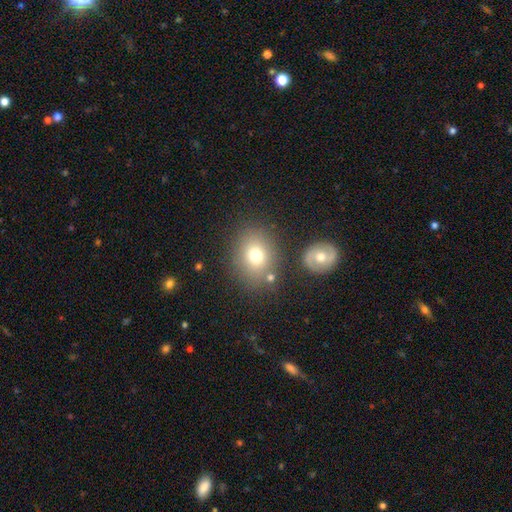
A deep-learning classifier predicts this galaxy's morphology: This appears to be a smooth galaxy with no disk features (74%) that is round (59%). Merging: none (74%).